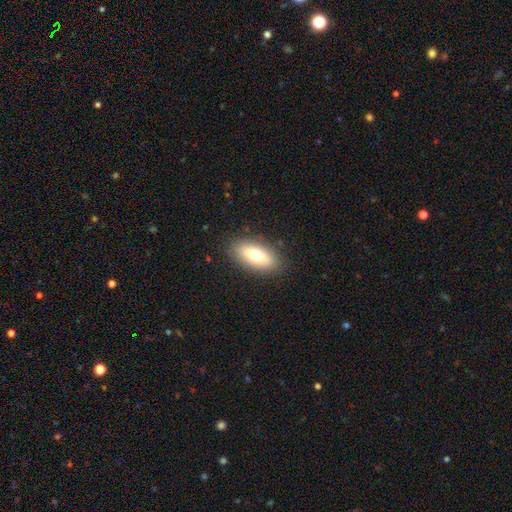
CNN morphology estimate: The model was most divided on "smooth or featured": smooth: 74%, featured or disk: 19%, star or artifact: 7%. More confident: merging — none (87%); how rounded — in between (82%).